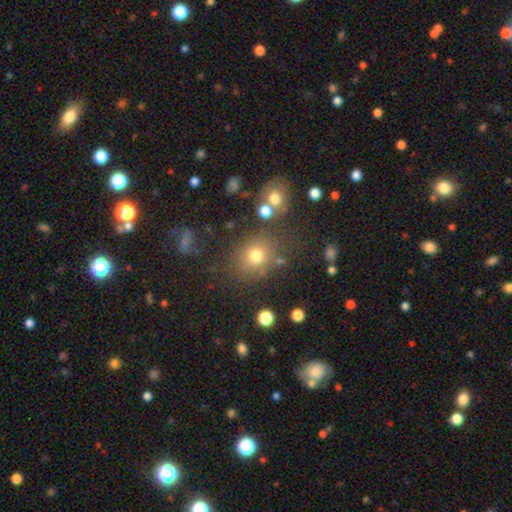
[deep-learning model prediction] Overall: smooth (72%). How rounded: round (73%). Merging: none (74%).